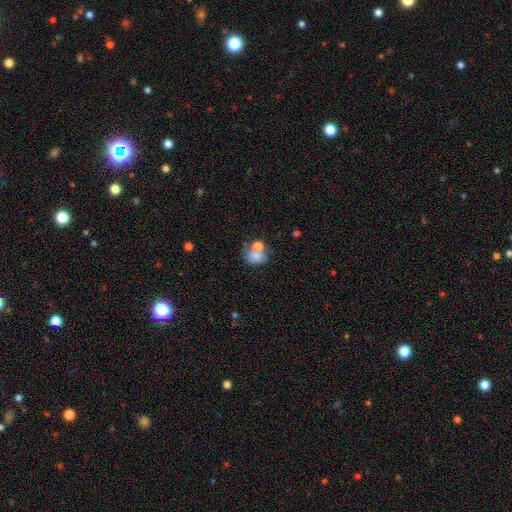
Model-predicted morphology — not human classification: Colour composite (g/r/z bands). It shows a smooth galaxy with no disk features (66%) that is in between round and cigar-shaped (52%). Merging: merger (44%).